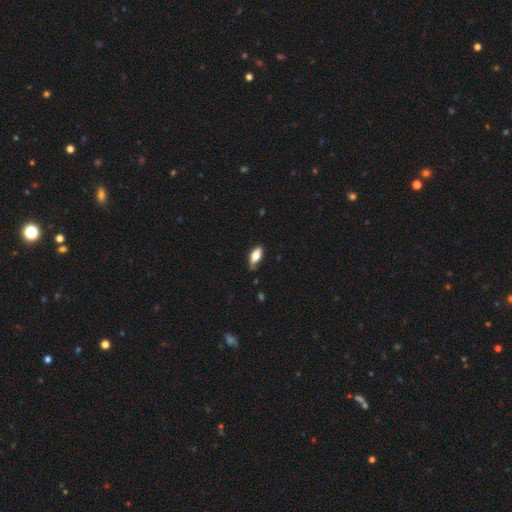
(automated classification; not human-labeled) Smooth or featured: smooth — 69% (featured or disk — 24%)
How rounded: in between — 83% (cigar-shaped — 14%)
Merging: none — 73% (minor disturbance — 21%)